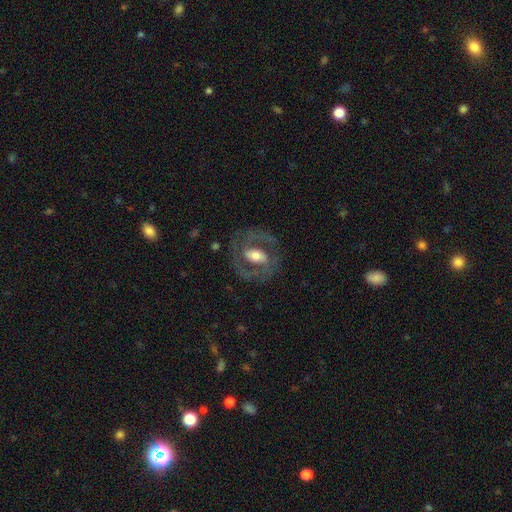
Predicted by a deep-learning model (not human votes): A featured or disk galaxy (76%) with a weak bar (36%), 2 (84%) medium (50%) spiral arms (73%) and a moderate central bulge (58%).

Vote fractions:
- Smooth or featured? featured or disk: 76% / smooth: 19% / star or artifact: 6%
- Edge-on disk? no: 95% / yes: 5%
- Bar? weak: 36% / strong: 35% / no: 28%
- Spiral arms? yes: 73% / no: 27%
- Spiral winding? medium: 50% / tight: 35% / loose: 15%
- Spiral arm count? 2: 84% / can't tell: 9% / 1: 3% / 3: 2% / 4: 1% / more than 4: 1%
- Bulge size? moderate: 58% / large: 21% / small: 17% / dominant: 2% / none: 2%
- Merging? none: 75% / minor disturbance: 13% / major disturbance: 11% / merger: 1%